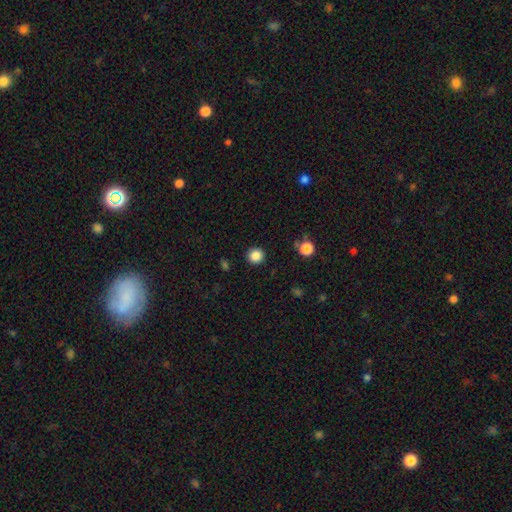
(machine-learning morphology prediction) A smooth galaxy with no disk features (86%) that is round (94%).

Vote fractions:
- Smooth or featured? smooth: 86% / star or artifact: 11% / featured or disk: 3%
- How rounded? round: 94% / in between: 5% / cigar-shaped: 1%
- Merging? none: 91% / minor disturbance: 5% / major disturbance: 2% / merger: 1%